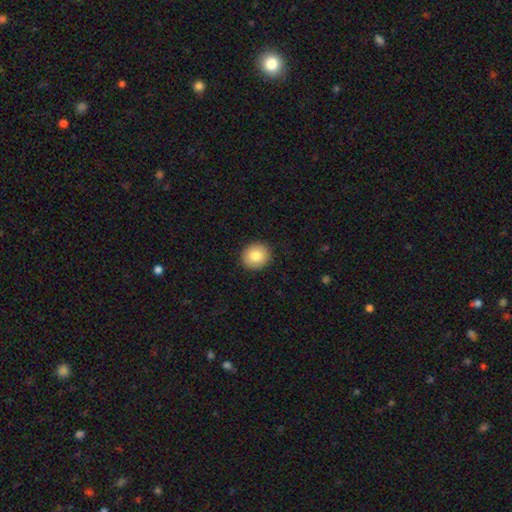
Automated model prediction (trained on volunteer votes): The model was most divided on "smooth or featured": smooth: 81%, featured or disk: 11%, star or artifact: 8%. More confident: merging — none (92%); how rounded — round (88%).